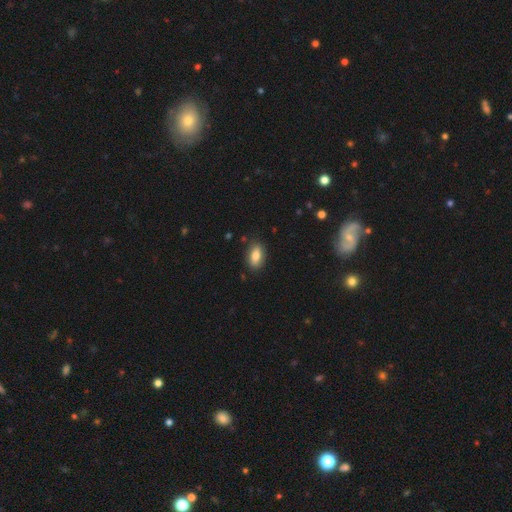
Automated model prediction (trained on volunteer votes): The model was most divided on "smooth or featured": smooth: 78%, featured or disk: 14%, star or artifact: 7%. More confident: how rounded — in between (87%); merging — none (85%).